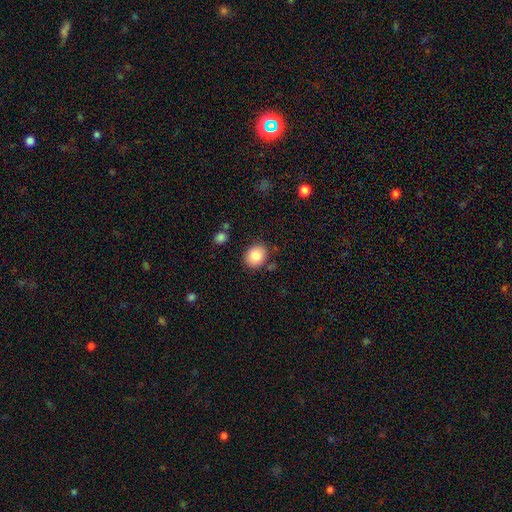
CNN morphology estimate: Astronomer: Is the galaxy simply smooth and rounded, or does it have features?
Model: smooth — 85%.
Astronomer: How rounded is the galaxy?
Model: round — 54% (runner-up: in between, 45%).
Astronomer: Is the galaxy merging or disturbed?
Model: none — 83%.